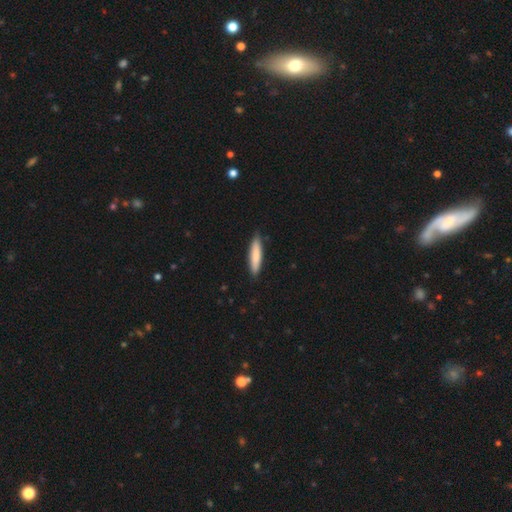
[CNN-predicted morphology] The model was most divided on "how rounded": cigar-shaped: 81%, in between: 18%, round: 1%. More confident: merging — none (85%); smooth or featured — smooth (80%).